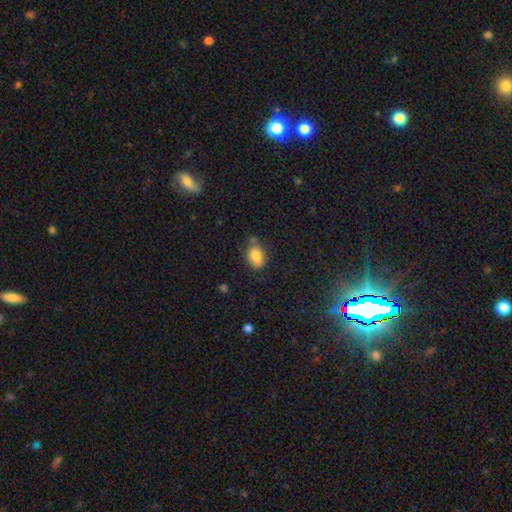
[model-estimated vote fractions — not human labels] A smooth galaxy with no disk features (81%) that is in between round and cigar-shaped (72%). Merging: none (59%).